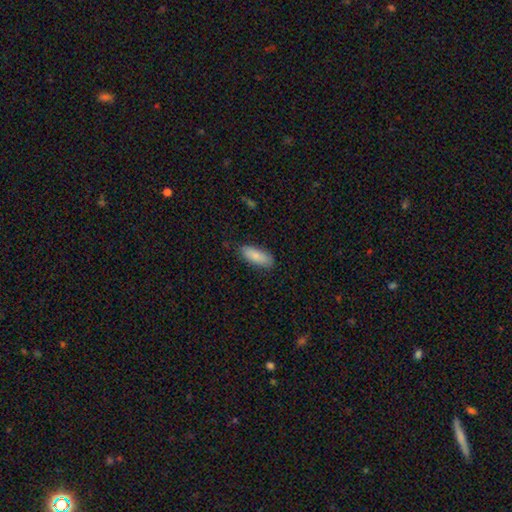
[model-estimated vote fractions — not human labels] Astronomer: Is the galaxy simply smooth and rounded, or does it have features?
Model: smooth — 84%.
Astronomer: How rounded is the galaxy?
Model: in between — 77%.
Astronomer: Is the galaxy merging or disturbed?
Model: none — 80%.